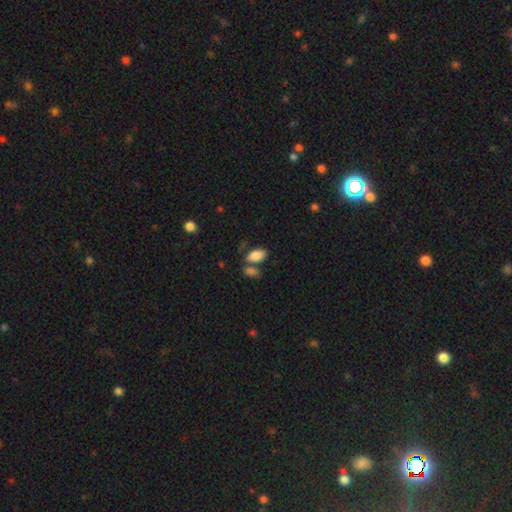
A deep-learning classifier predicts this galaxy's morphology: This is clearly a smooth galaxy (84%). How rounded: clearly in between (93%). Merging: possibly none (58%).